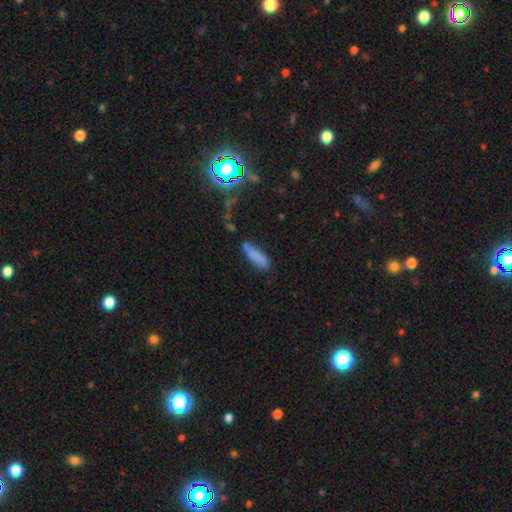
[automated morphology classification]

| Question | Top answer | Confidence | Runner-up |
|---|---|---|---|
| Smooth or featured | smooth | 77% | featured or disk (12%) |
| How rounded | cigar-shaped | 60% | in between (38%) |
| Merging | none | 58% | minor disturbance (26%) |